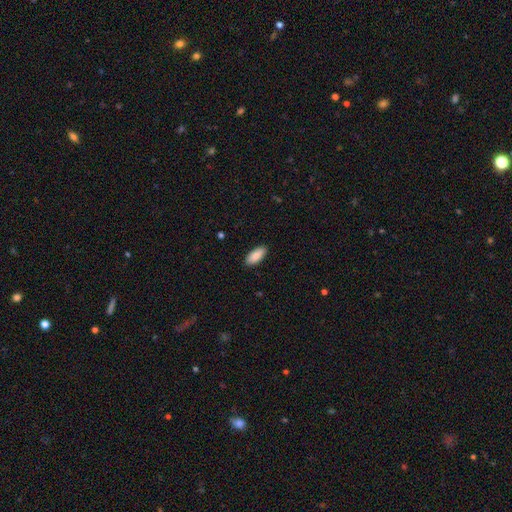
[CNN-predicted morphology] Smooth or featured? smooth (90%)
How rounded? in between (87%)
Merging? none (90%)